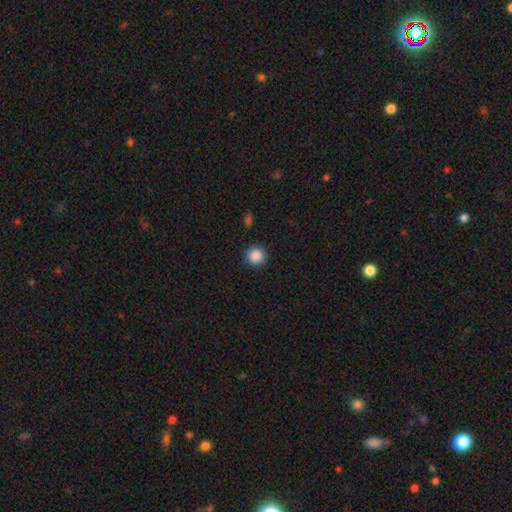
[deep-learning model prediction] This is clearly a smooth galaxy (88%). How rounded: clearly round (94%). Merging: clearly none (91%).